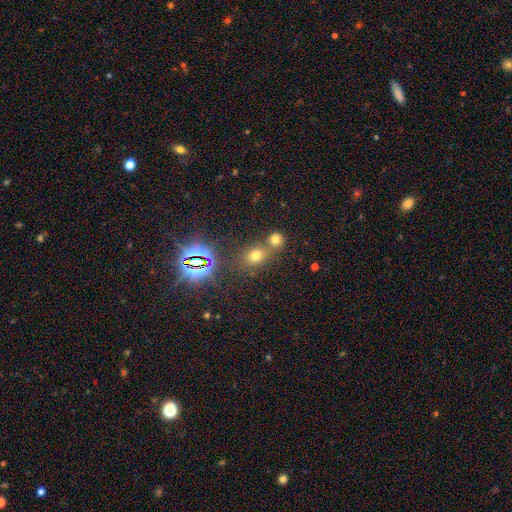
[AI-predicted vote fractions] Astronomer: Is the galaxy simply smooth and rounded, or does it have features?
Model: smooth — 63%.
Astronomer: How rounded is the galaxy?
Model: round — 58% (runner-up: in between, 41%).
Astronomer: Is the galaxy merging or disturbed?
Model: none — 55% (runner-up: merger, 32%).